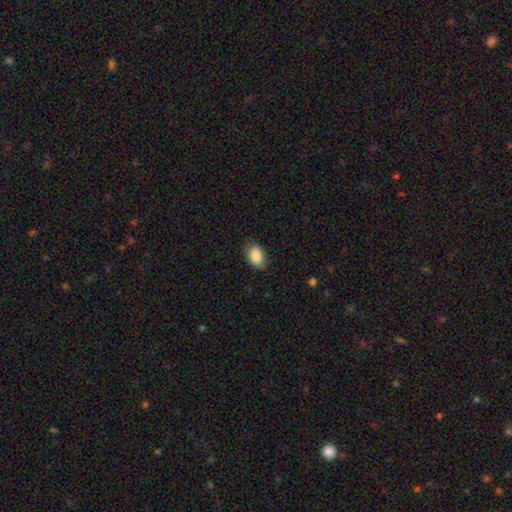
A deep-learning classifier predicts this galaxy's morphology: This appears to be a smooth galaxy with no disk features (87%) that is in between round and cigar-shaped (89%). Merging: none (80%).